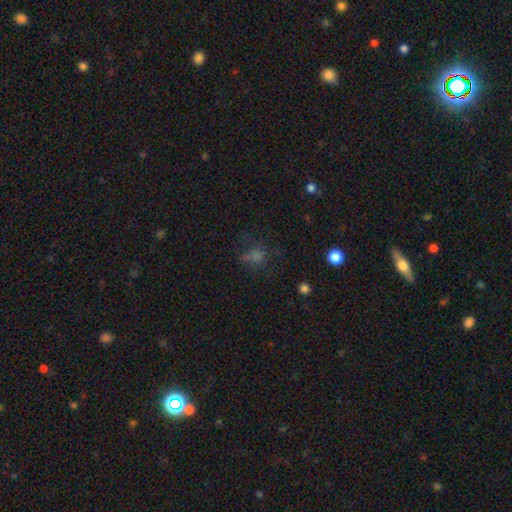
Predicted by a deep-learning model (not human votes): smooth-or-featured: smooth: 48% | star or artifact: 37% | featured or disk: 15%
  merging: none: 57% | minor disturbance: 19% | major disturbance: 18% | merger: 6%